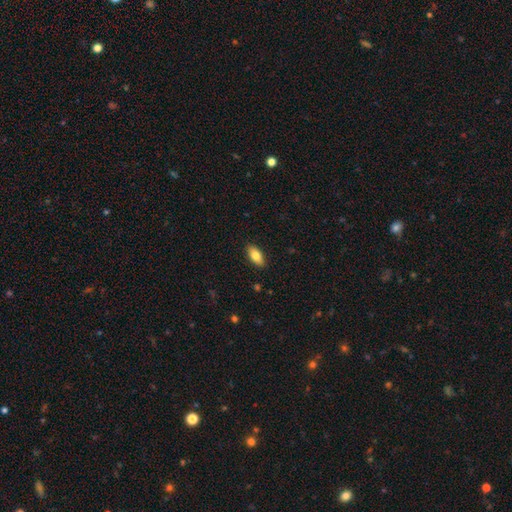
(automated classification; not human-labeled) Smooth or featured?
  - smooth: 79% *
  - featured or disk: 14%
  - star or artifact: 7%
How rounded?
  - in between: 88% *
  - cigar-shaped: 9%
  - round: 3%
Merging?
  - none: 89% *
  - minor disturbance: 8%
  - major disturbance: 2%
  - merger: 1%